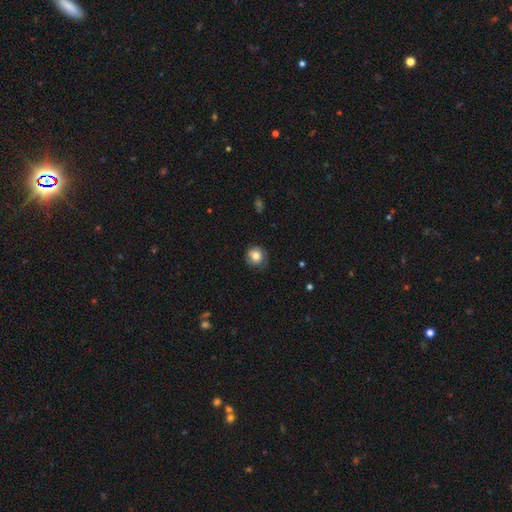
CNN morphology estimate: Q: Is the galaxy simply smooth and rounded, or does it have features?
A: smooth — 78%.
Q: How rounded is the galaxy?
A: round — 92%.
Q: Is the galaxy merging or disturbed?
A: none — 78%.